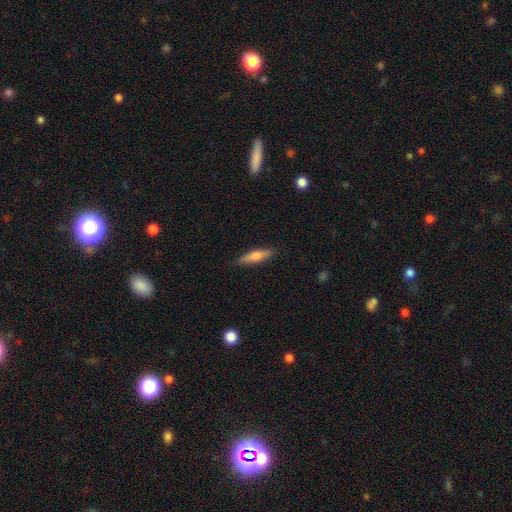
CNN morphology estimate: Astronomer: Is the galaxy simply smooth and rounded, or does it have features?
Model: smooth — 61%.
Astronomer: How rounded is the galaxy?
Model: cigar-shaped — 73%.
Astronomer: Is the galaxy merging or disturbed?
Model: none — 88%.